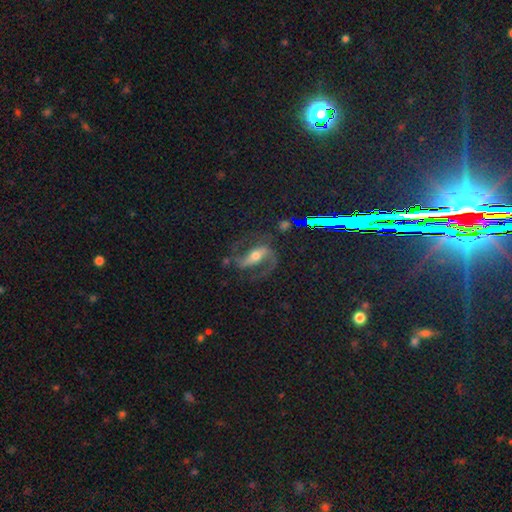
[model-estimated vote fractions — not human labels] A featured or disk galaxy (82%) with a strong bar (59%), 2 (91%) medium (54%) spiral arms (95%) and a moderate central bulge (63%). Merging: none (70%).